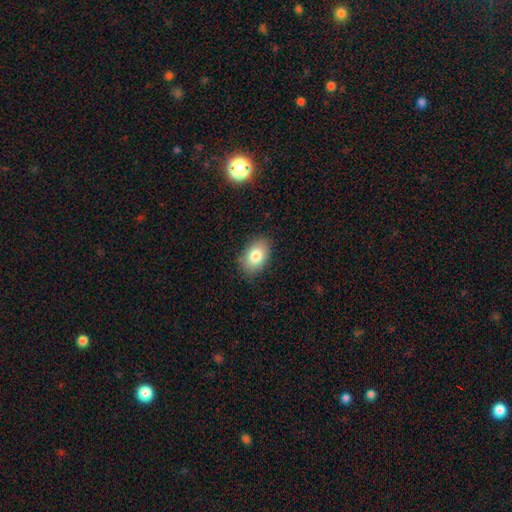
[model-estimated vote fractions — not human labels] A smooth galaxy with no disk features (81%) that is in between round and cigar-shaped (87%). Merging: none (85%).